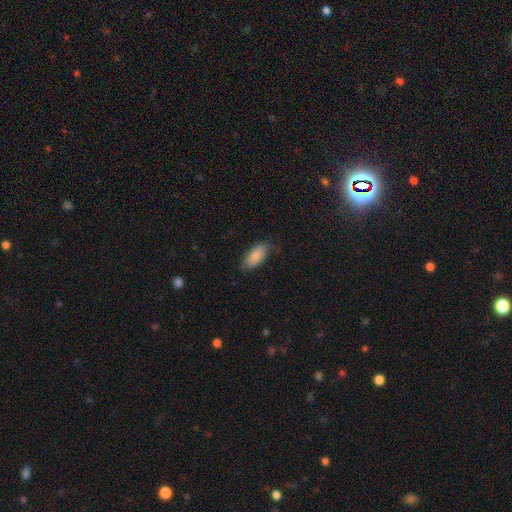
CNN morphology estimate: A smooth galaxy with no disk features (88%) that is in between round and cigar-shaped (90%).

Vote fractions:
- Smooth or featured? smooth: 88% / featured or disk: 6% / star or artifact: 6%
- How rounded? in between: 90% / cigar-shaped: 8% / round: 2%
- Merging? none: 75% / minor disturbance: 19% / major disturbance: 4% / merger: 1%